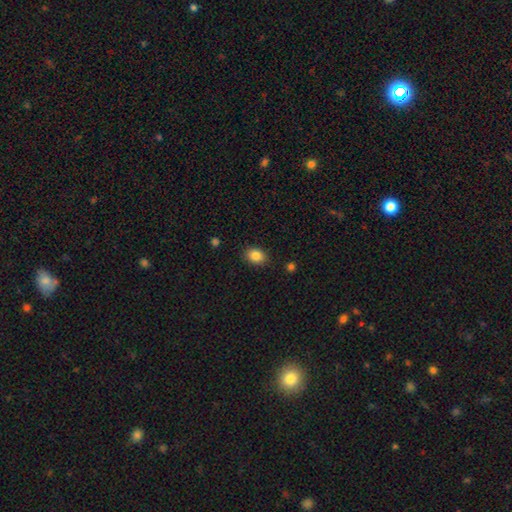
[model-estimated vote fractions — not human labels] smooth 85%, star or artifact 9%, featured or disk 6%. Down the decision tree: how rounded — in between (66%); merging — none (87%).